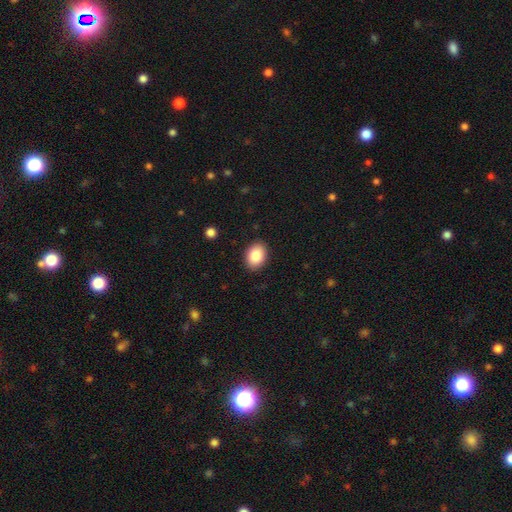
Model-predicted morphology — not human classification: smooth-or-featured: smooth: 87% | star or artifact: 7% | featured or disk: 6%
  how-rounded: in between: 76% | round: 23% | cigar-shaped: 1%
  merging: none: 89% | minor disturbance: 8% | major disturbance: 2% | merger: 1%